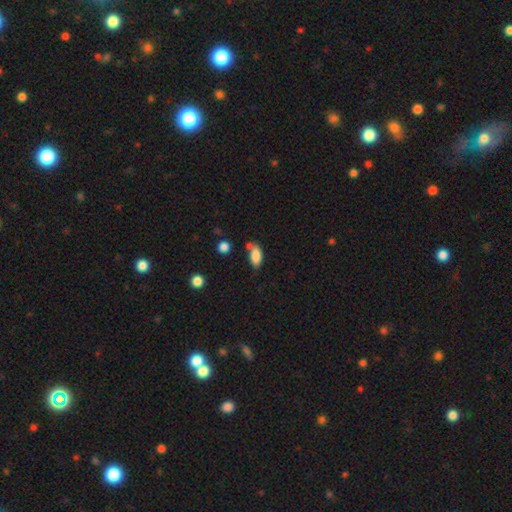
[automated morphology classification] Smooth or featured: smooth — 84% (featured or disk — 8%)
How rounded: in between — 87% (cigar-shaped — 10%)
Merging: none — 57% (minor disturbance — 20%)